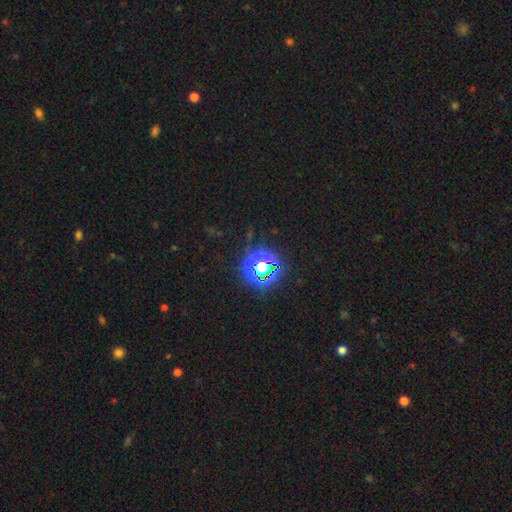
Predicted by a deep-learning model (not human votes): The model was most divided on "smooth or featured": star or artifact: 77%, smooth: 16%, featured or disk: 7%.